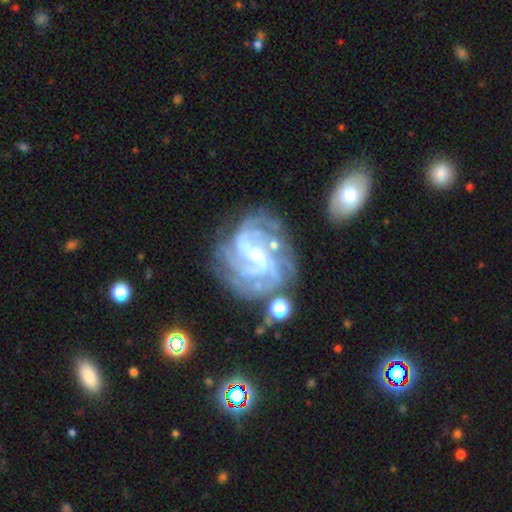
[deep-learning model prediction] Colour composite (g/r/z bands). It shows a featured or disk galaxy (88%) with a weak bar (44%), 4 (33%) tight (57%) spiral arms (97%) and a small central bulge (67%). Merging: none (67%).